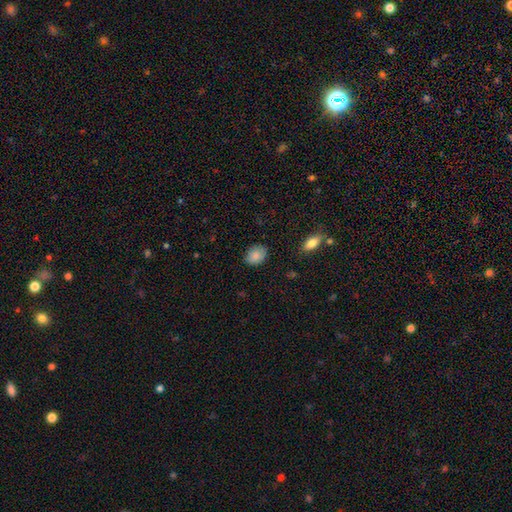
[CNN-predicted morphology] type=smooth (86%); roundness=in between (66%); merging=none (83%).